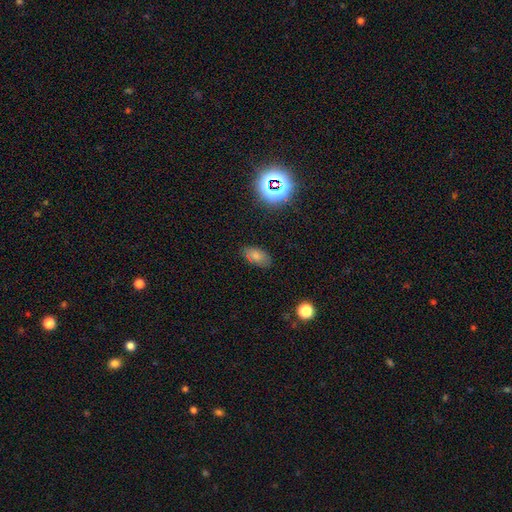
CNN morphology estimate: The model was most divided on "smooth or featured": smooth: 73%, star or artifact: 16%, featured or disk: 11%. More confident: how rounded — in between (91%); merging — none (80%).